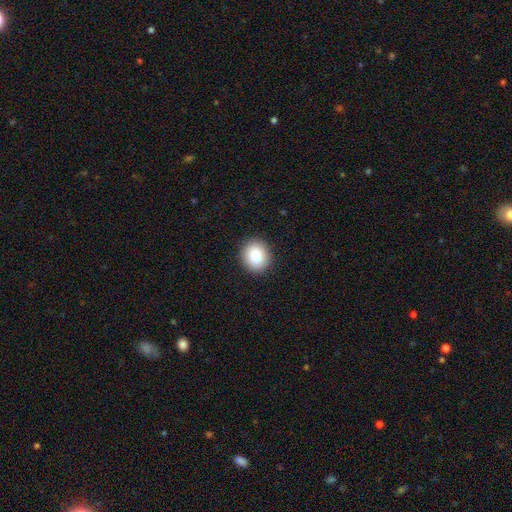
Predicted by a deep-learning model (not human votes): Smooth or featured?
  - smooth: 87% *
  - star or artifact: 8%
  - featured or disk: 5%
How rounded?
  - round: 77% *
  - in between: 22%
  - cigar-shaped: 1%
Merging?
  - none: 91% *
  - minor disturbance: 6%
  - major disturbance: 2%
  - merger: 1%